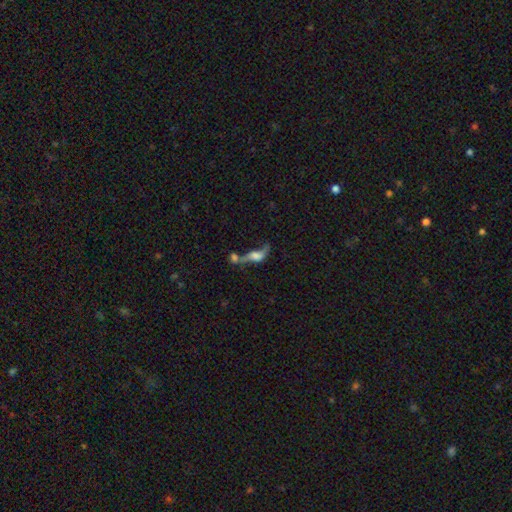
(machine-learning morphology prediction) Smooth or featured: featured or disk — 49% (smooth — 38%)
Merging: merger — 54% (none — 20%)